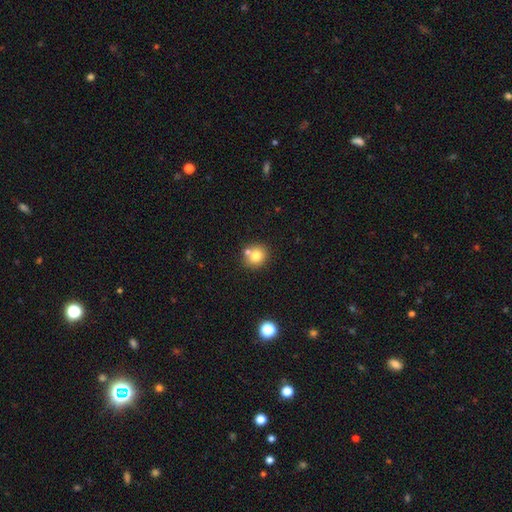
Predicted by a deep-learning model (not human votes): Q: Smooth or featured?
A: smooth (77%); runner-up: star or artifact (12%)
Q: How rounded?
A: round (83%); runner-up: in between (16%)
Q: Merging?
A: none (64%); runner-up: merger (23%)